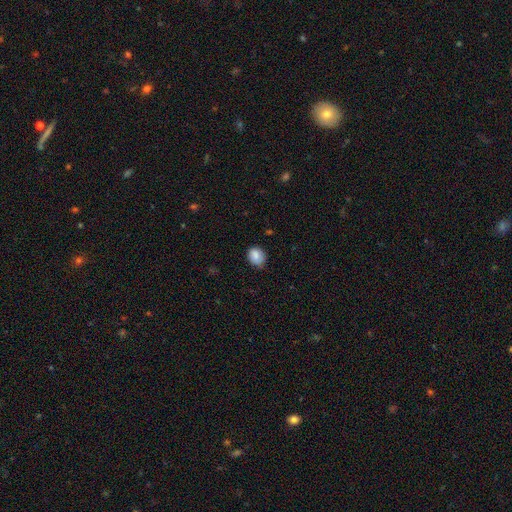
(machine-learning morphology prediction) Smooth or featured?
  - smooth: 84% *
  - featured or disk: 8%
  - star or artifact: 8%
How rounded?
  - round: 53% *
  - in between: 46%
  - cigar-shaped: 1%
Merging?
  - none: 75% *
  - minor disturbance: 20%
  - major disturbance: 4%
  - merger: 1%